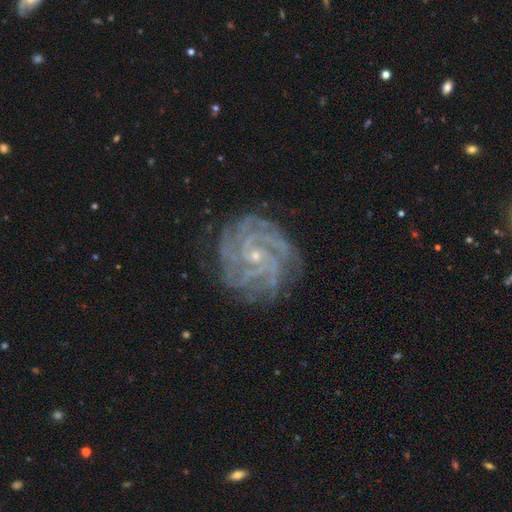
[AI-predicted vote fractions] Smooth or featured? featured or disk (90%)
Edge-on disk? no (98%)
Bar? no (61%)
Spiral arms? yes (98%)
Spiral winding? tight (77%)
Spiral arm count? 4 (26%)
Bulge size? small (81%)
Merging? none (81%)